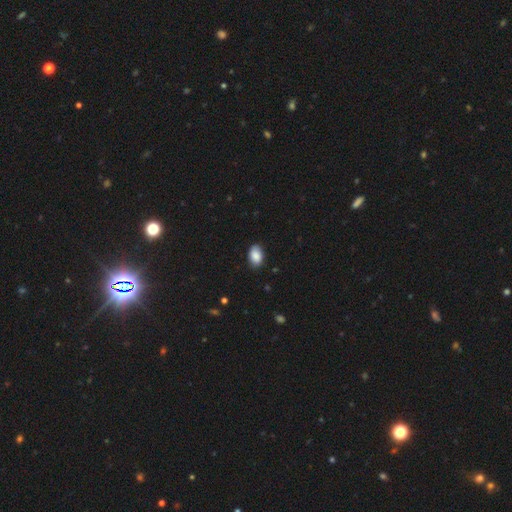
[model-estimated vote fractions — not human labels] This appears to be a smooth galaxy with no disk features (88%) that is in between round and cigar-shaped (89%). Merging: none (84%).